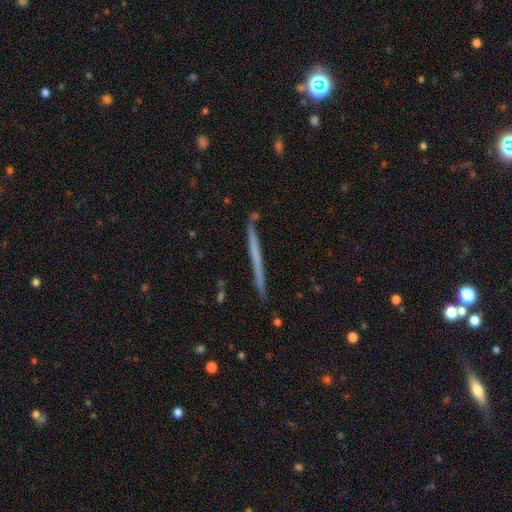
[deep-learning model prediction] The model was most divided on "smooth or featured": featured or disk: 52%, smooth: 42%, star or artifact: 6%. More confident: edge-on disk — yes (98%); edge-on bulge — none (92%); merging — none (91%).